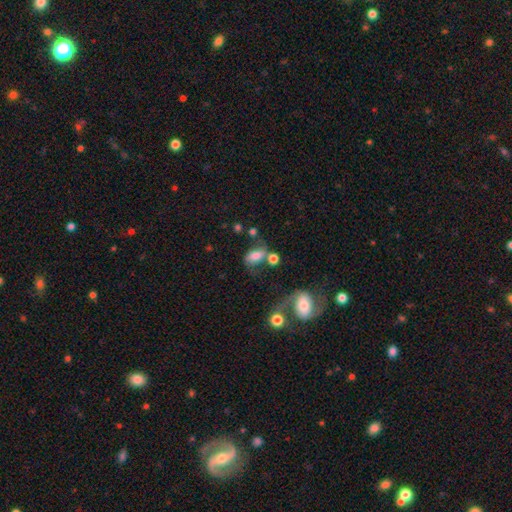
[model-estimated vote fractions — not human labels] Smooth or featured: smooth — 67% (featured or disk — 23%)
How rounded: in between — 85% (round — 10%)
Merging: none — 41% (merger — 25%)